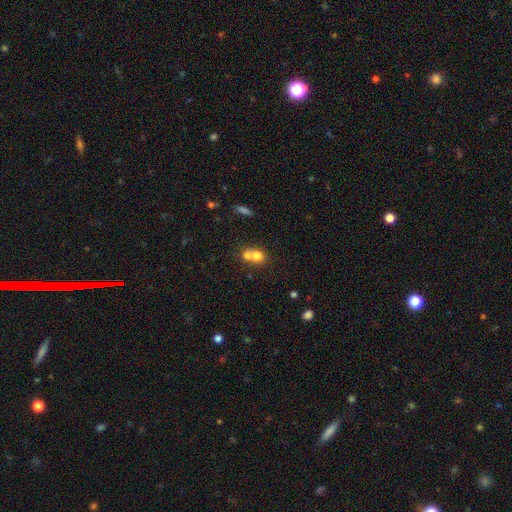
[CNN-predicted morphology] smooth_or_featured: smooth (p=0.73) [alt: featured or disk p=0.17]
how_rounded: round (p=0.69) [alt: in between p=0.30]
merging: merger (p=0.65) [alt: none p=0.26]